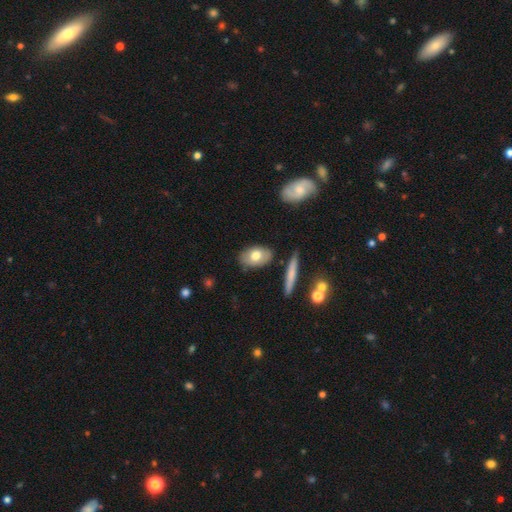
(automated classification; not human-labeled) Smooth or featured: smooth — 71% (featured or disk — 23%)
How rounded: in between — 88% (round — 9%)
Merging: none — 80% (minor disturbance — 13%)